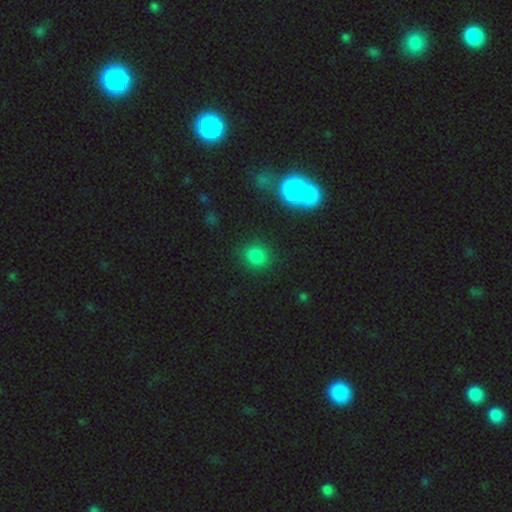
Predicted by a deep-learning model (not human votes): Smooth or featured: smooth — 79% (star or artifact — 16%)
How rounded: round — 74% (in between — 25%)
Merging: none — 84% (minor disturbance — 9%)